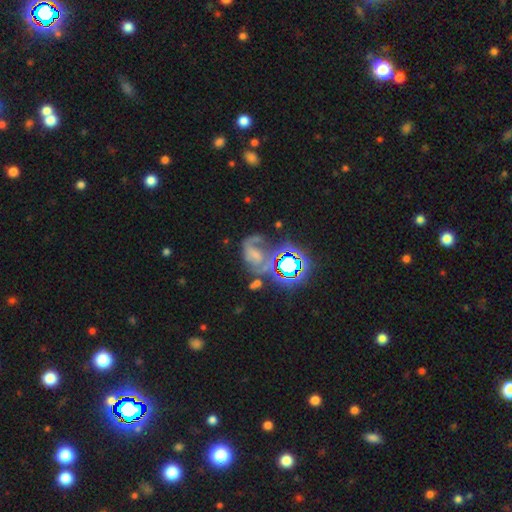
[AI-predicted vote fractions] Smooth or featured: featured or disk — 48% (star or artifact — 31%)
Merging: none — 34% (major disturbance — 30%)